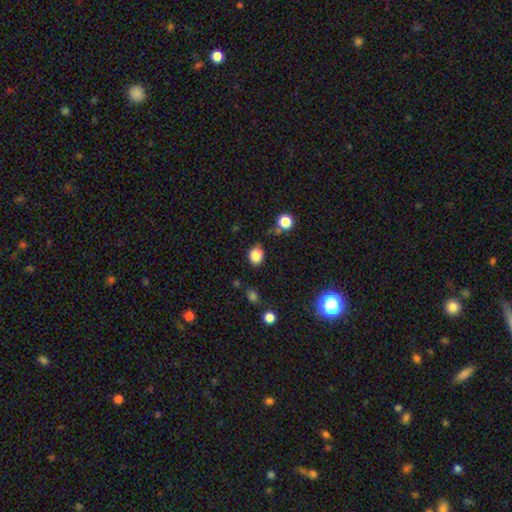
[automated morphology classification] Smooth or featured? Predicted: smooth (p=0.85). How rounded? Predicted: round (p=0.57). Merging? Predicted: none (p=0.73).